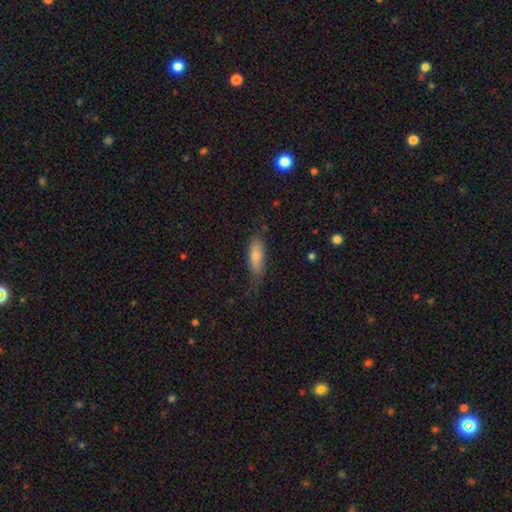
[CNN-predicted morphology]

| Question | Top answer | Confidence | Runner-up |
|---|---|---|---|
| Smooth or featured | smooth | 75% | featured or disk (17%) |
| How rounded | in between | 58% | cigar-shaped (40%) |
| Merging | none | 58% | minor disturbance (30%) |